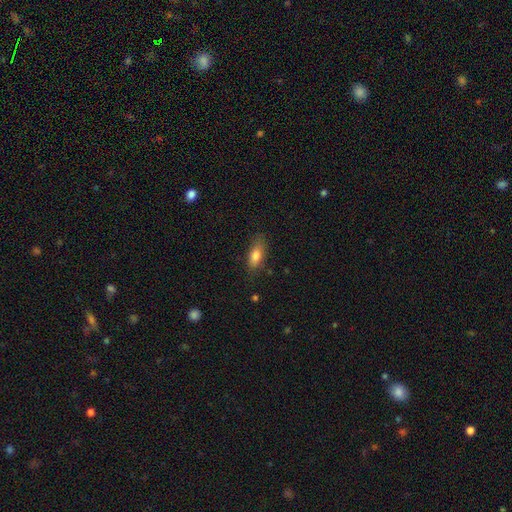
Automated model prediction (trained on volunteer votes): This is likely a smooth galaxy (80%). How rounded: likely in between (78%). Merging: likely none (74%).